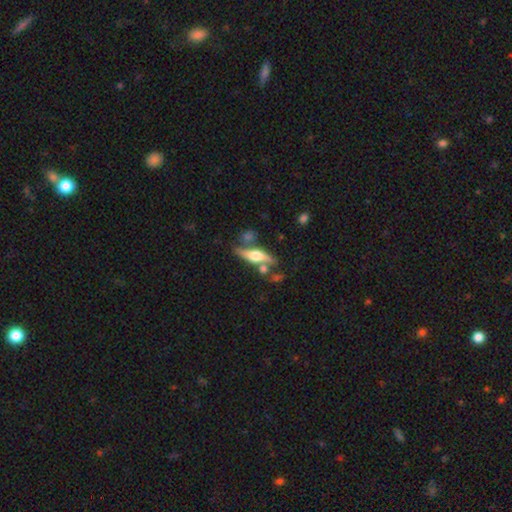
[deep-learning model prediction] featured or disk 63%, smooth 31%, star or artifact 6%. Down the decision tree: edge-on disk — yes (90%); edge-on bulge — rounded (93%); merging — none (66%).